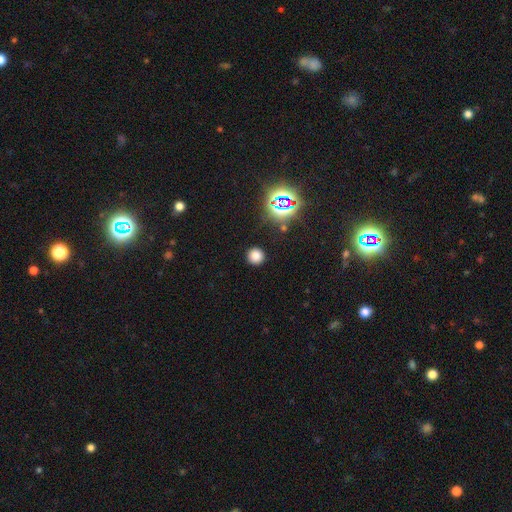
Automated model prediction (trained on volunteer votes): smooth_or_featured: smooth (p=0.74) [alt: star or artifact p=0.21]
how_rounded: round (p=0.94) [alt: in between p=0.05]
merging: none (p=0.90) [alt: minor disturbance p=0.06]